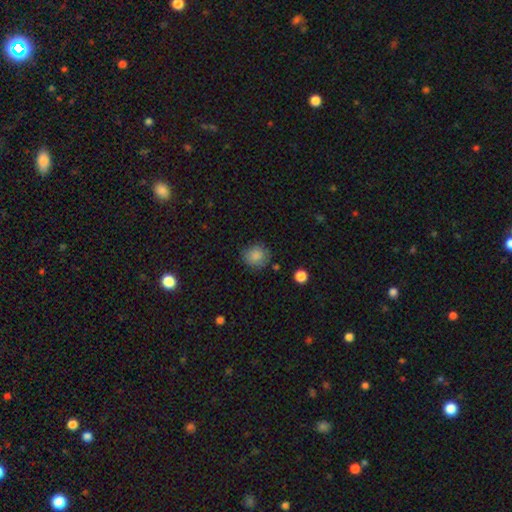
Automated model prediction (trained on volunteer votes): Morphology: type=smooth (85%); roundness=round (84%); merging=none (78%).